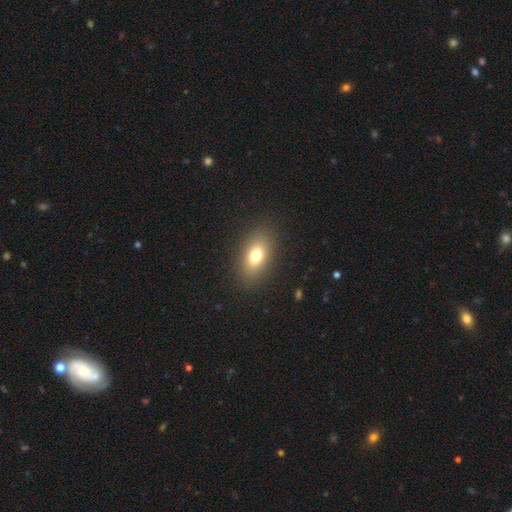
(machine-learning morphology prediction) This appears to be a smooth galaxy with no disk features (74%) that is in between round and cigar-shaped (84%). Merging: none (88%).